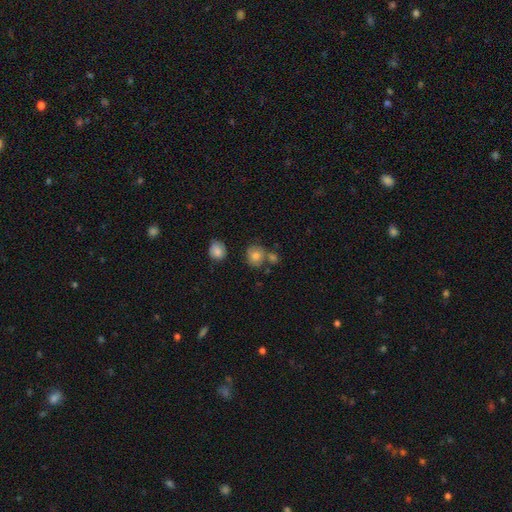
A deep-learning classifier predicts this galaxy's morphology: This is likely a smooth galaxy (78%). How rounded: likely round (74%). Merging: possibly none (59%).